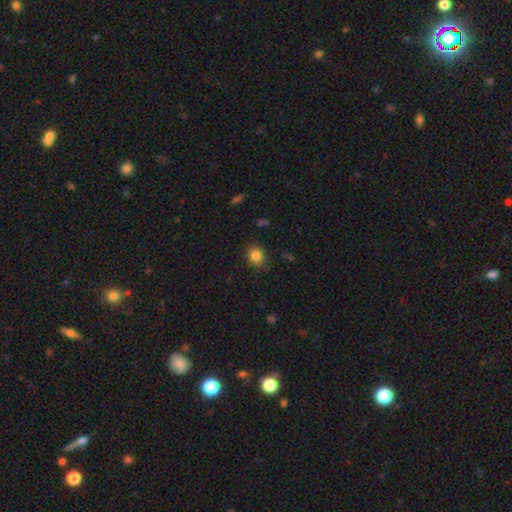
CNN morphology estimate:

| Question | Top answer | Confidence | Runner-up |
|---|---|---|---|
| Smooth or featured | smooth | 83% | star or artifact (10%) |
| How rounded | round | 59% | in between (40%) |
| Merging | none | 82% | minor disturbance (13%) |